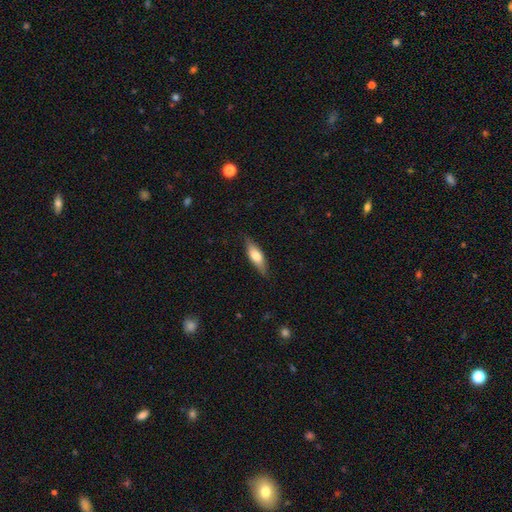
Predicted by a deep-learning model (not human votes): Smooth or featured? smooth (57%)
How rounded? in between (49%)
Merging? none (84%)